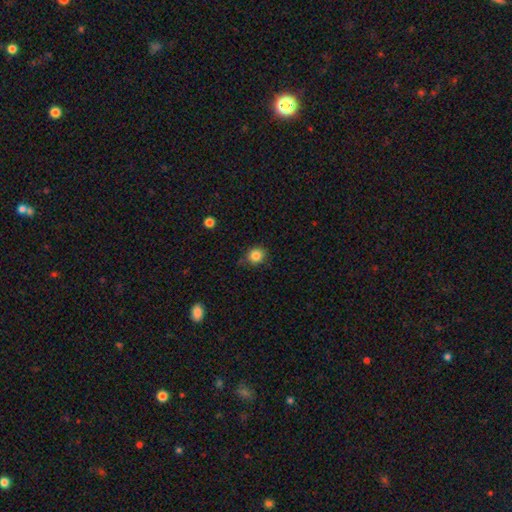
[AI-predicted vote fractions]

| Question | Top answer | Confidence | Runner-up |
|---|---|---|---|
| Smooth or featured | smooth | 85% | star or artifact (11%) |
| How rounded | round | 82% | in between (17%) |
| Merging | none | 78% | minor disturbance (17%) |